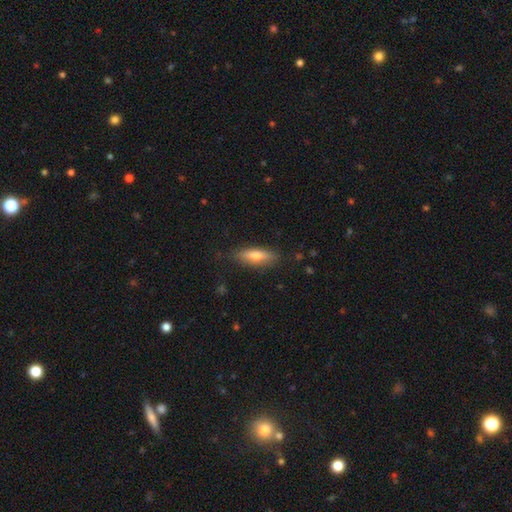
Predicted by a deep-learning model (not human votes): A smooth galaxy with no disk features (63%) that is cigar-shaped (54%). Merging: none (83%).